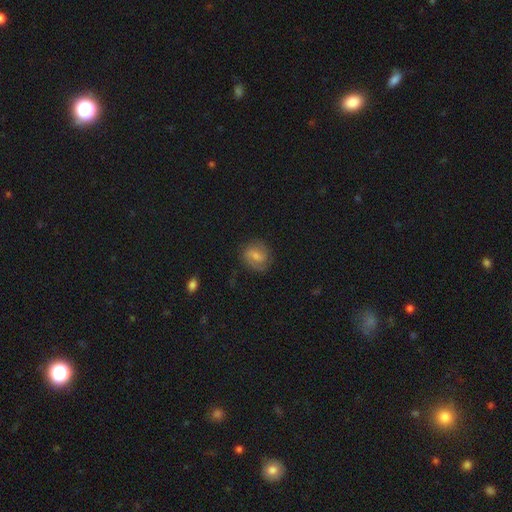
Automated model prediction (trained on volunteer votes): The model was most divided on "bulge size": small: 42%, moderate: 37%, none: 15%, large: 5%, dominant: 1%. Remaining: edge-on disk — no (97%); spiral arms — yes (90%); spiral arm count — 2 (77%); merging — none (75%); smooth or featured — featured or disk (58%); bar — weak (54%); spiral winding — medium (46%).